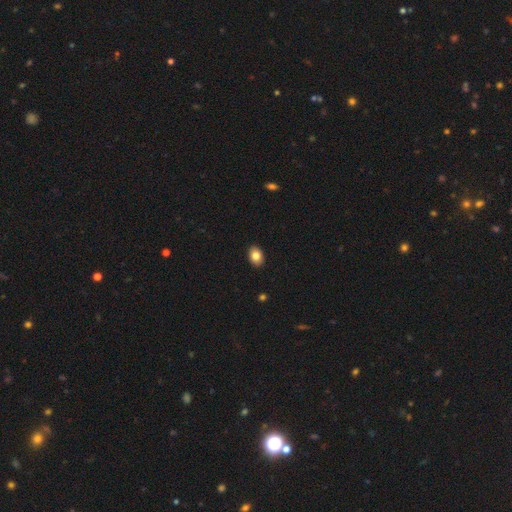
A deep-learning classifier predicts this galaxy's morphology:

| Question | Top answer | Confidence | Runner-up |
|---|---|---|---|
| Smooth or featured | smooth | 84% | star or artifact (8%) |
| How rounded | in between | 79% | round (20%) |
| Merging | none | 91% | minor disturbance (7%) |